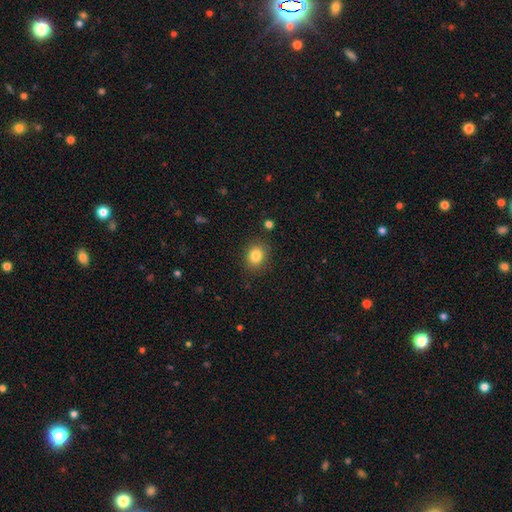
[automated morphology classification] This is clearly a smooth galaxy (83%). How rounded: possibly round (59%). Merging: clearly none (85%).